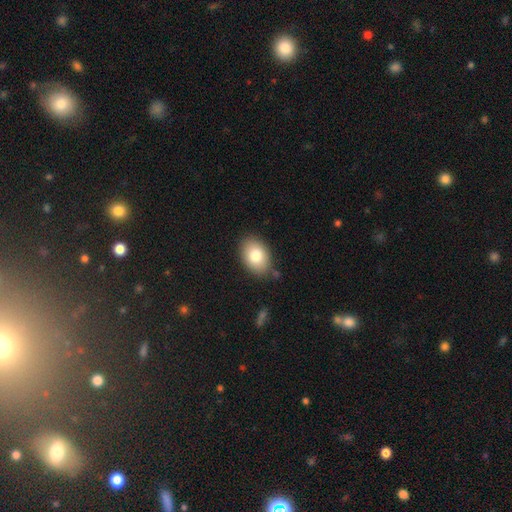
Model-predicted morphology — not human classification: smooth_or_featured: smooth (p=0.80) [alt: featured or disk p=0.12]
how_rounded: in between (p=0.79) [alt: round p=0.20]
merging: none (p=0.83) [alt: minor disturbance p=0.12]